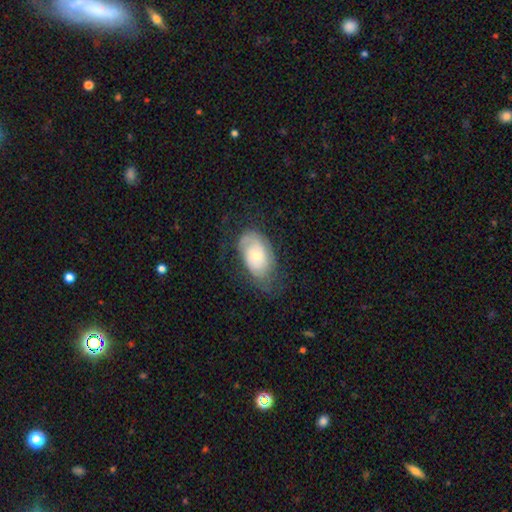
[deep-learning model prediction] Smooth or featured? Predicted: featured or disk (p=0.59). Edge-on disk? Predicted: no (p=0.94). Bar? Predicted: no (p=0.78). Spiral arms? Predicted: yes (p=0.81). Bulge size? Predicted: small (p=0.55). Merging? Predicted: none (p=0.59).